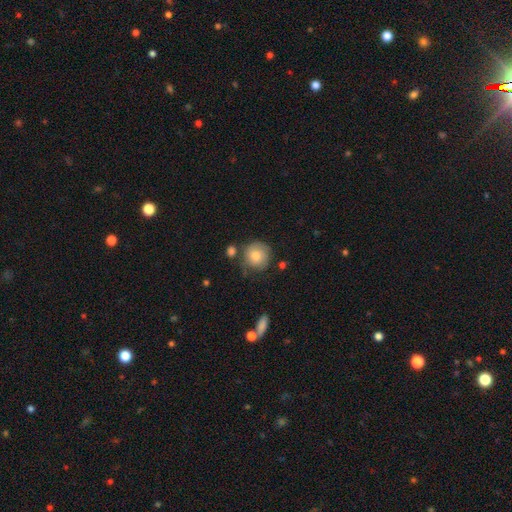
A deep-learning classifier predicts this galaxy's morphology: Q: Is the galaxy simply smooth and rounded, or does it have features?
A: smooth — 71%.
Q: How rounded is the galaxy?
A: round — 91%.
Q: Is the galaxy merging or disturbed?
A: none — 62%.